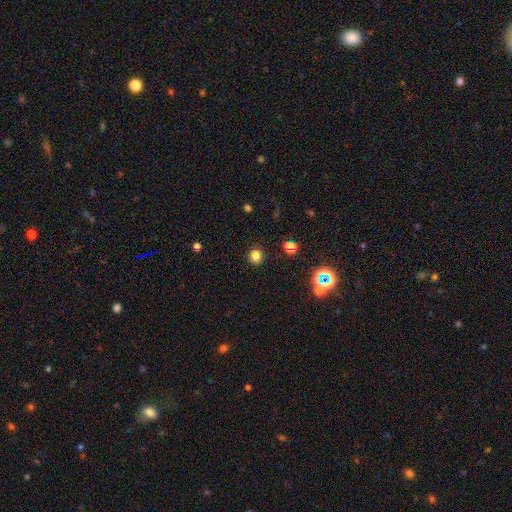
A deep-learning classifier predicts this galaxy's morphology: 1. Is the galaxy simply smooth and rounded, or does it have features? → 79% smooth, 16% star or artifact, 5% featured or disk.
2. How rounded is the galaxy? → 92% round, 7% in between, 1% cigar-shaped.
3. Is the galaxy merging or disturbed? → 91% none, 6% minor disturbance, 2% major disturbance, 1% merger.